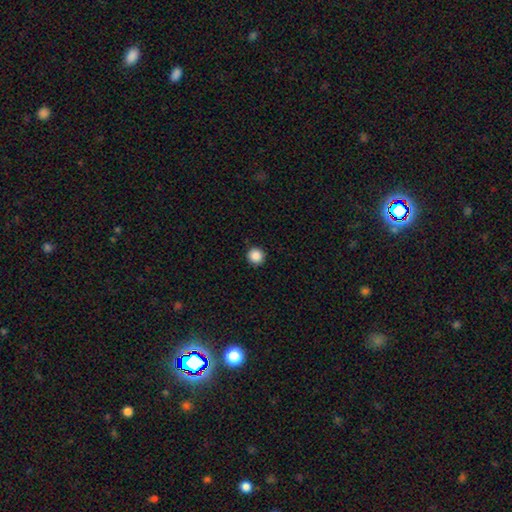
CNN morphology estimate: smooth_or_featured: smooth (p=0.87) [alt: star or artifact p=0.10]
how_rounded: round (p=0.95) [alt: in between p=0.04]
merging: none (p=0.92) [alt: minor disturbance p=0.05]